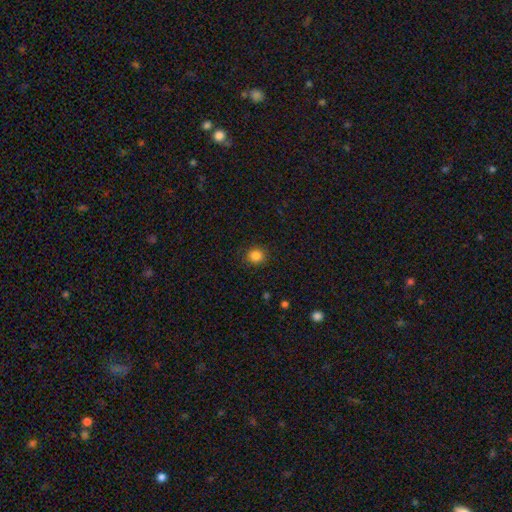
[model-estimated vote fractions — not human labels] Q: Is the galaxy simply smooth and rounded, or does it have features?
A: smooth — 85%.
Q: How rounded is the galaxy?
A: round — 86%.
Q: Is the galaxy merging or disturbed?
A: none — 90%.